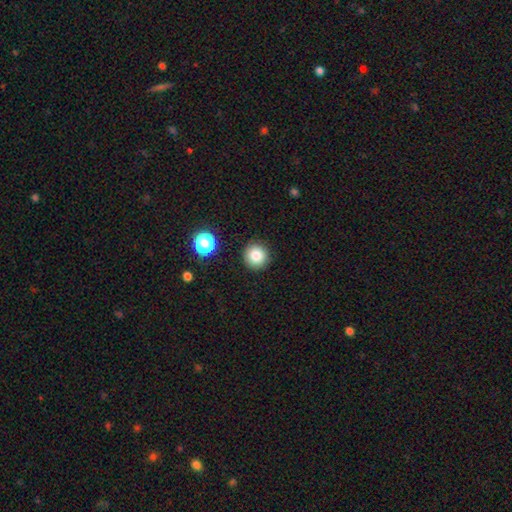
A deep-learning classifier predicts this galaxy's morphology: This appears to be a smooth galaxy with no disk features (83%) that is round (94%). Merging: none (90%).